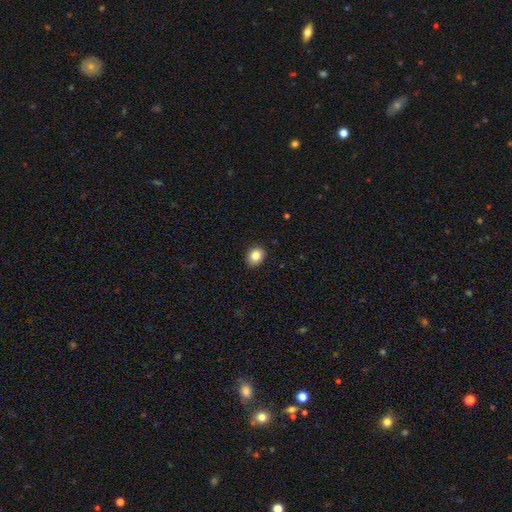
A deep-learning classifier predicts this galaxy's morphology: Smooth or featured? smooth (84%)
How rounded? in between (53%)
Merging? none (90%)